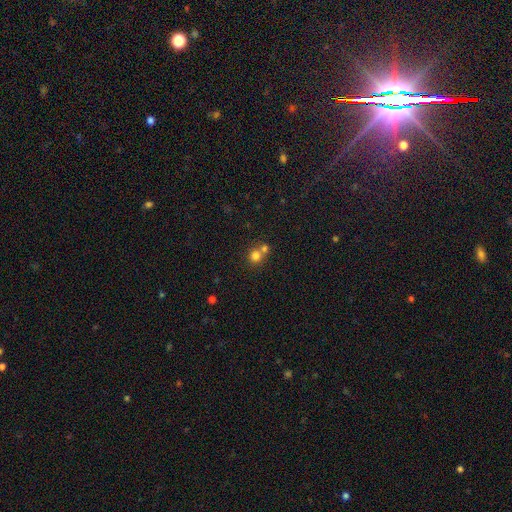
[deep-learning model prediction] Smooth or featured?
  - smooth: 78% *
  - star or artifact: 13%
  - featured or disk: 9%
How rounded?
  - round: 88% *
  - in between: 11%
  - cigar-shaped: 1%
Merging?
  - none: 47% *
  - merger: 45%
  - minor disturbance: 6%
  - major disturbance: 2%